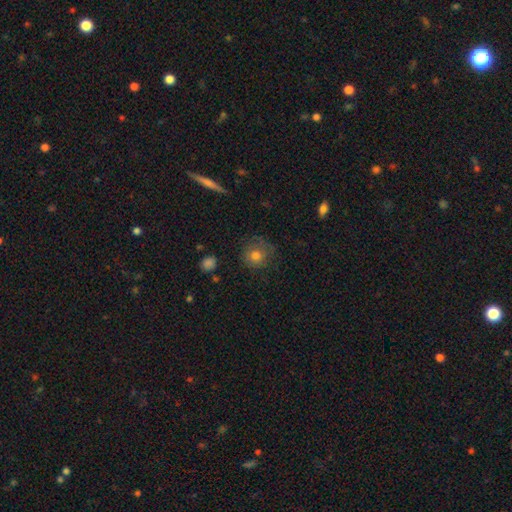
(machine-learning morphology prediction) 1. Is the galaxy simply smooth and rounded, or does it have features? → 74% smooth, 15% featured or disk, 12% star or artifact.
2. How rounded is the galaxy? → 89% round, 10% in between, 1% cigar-shaped.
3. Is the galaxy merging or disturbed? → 71% none, 19% minor disturbance, 8% major disturbance, 2% merger.